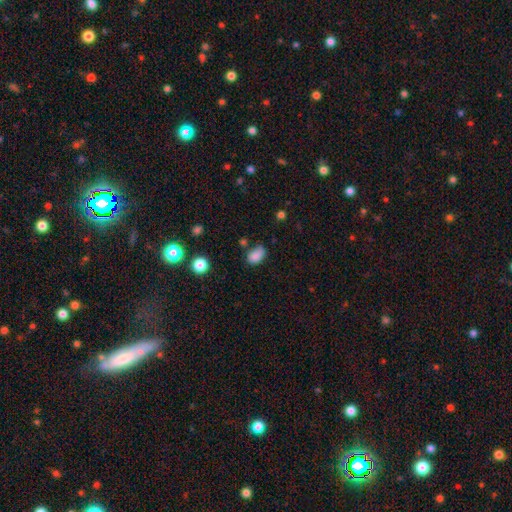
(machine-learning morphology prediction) Smooth or featured? Predicted: smooth (p=0.83). How rounded? Predicted: in between (p=0.84). Merging? Predicted: none (p=0.57).